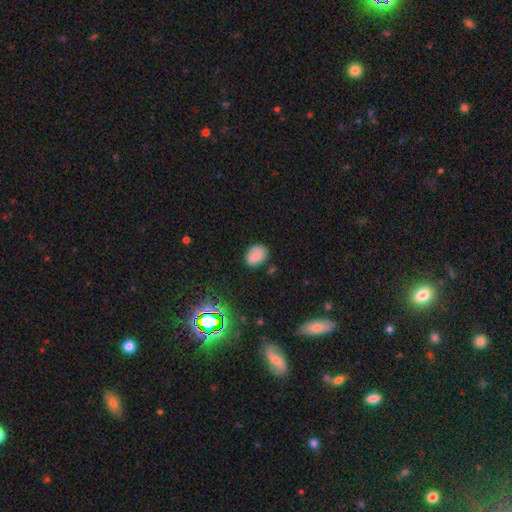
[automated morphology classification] Smooth or featured? smooth (77%)
How rounded? in between (69%)
Merging? none (76%)